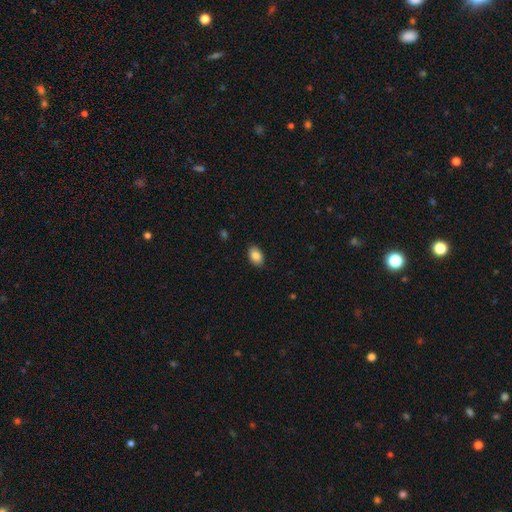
This is clearly a smooth galaxy (92%). How rounded: clearly in between (91%). Merging: clearly none (94%).